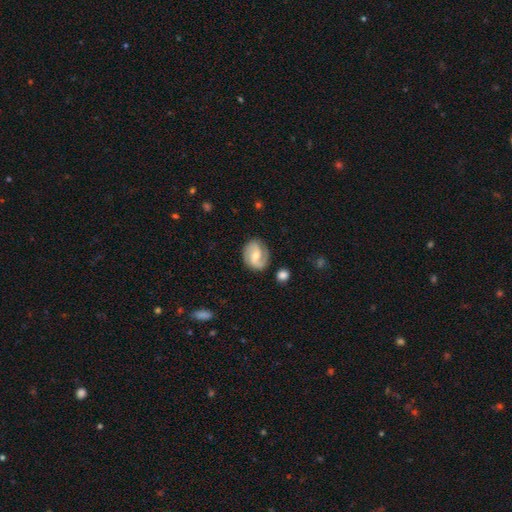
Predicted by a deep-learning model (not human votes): A featured or disk galaxy (76%) with a weak bar (46%), 2 (85%) medium (46%) spiral arms (94%) and a moderate central bulge (51%). Merging: none (79%).